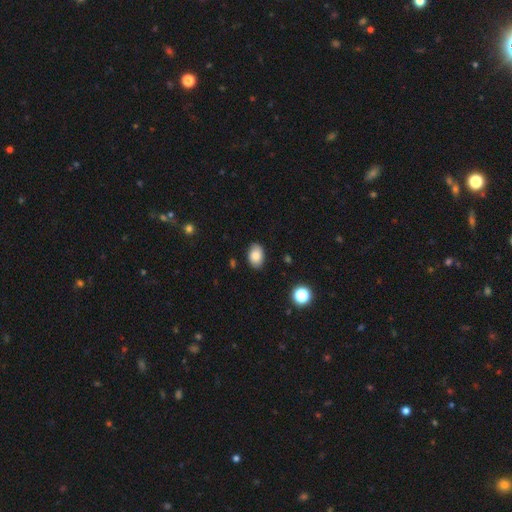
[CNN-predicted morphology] Smooth or featured?
  - smooth: 84% *
  - star or artifact: 8%
  - featured or disk: 8%
How rounded?
  - in between: 84% *
  - round: 15%
  - cigar-shaped: 1%
Merging?
  - none: 85% *
  - minor disturbance: 11%
  - major disturbance: 2%
  - merger: 1%